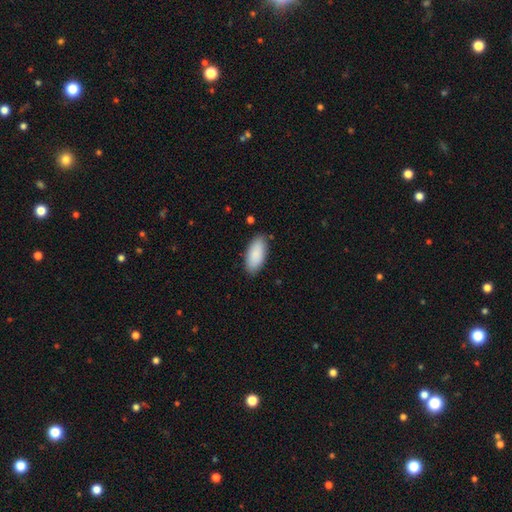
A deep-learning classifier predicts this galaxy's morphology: smooth 89%, star or artifact 6%, featured or disk 5%. Down the decision tree: how rounded — in between (91%); merging — none (85%).